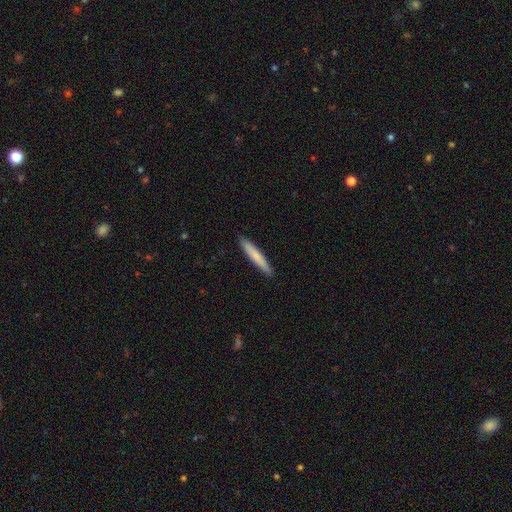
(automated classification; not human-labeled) This is likely a smooth galaxy (74%). How rounded: clearly cigar-shaped (94%). Merging: clearly none (90%).